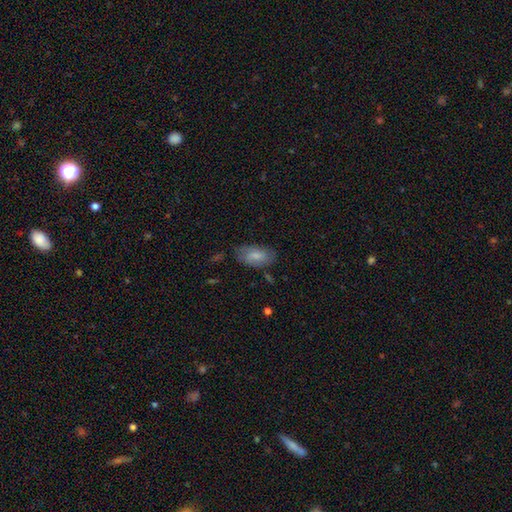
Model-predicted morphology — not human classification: smooth 73%, featured or disk 21%, star or artifact 7%. Down the decision tree: how rounded — in between (93%); merging — none (71%).